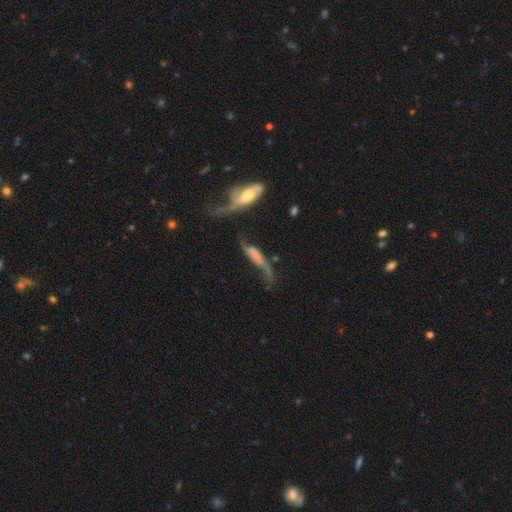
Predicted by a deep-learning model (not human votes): This appears to be a featured or disk galaxy (62%). Merging: none (30%).